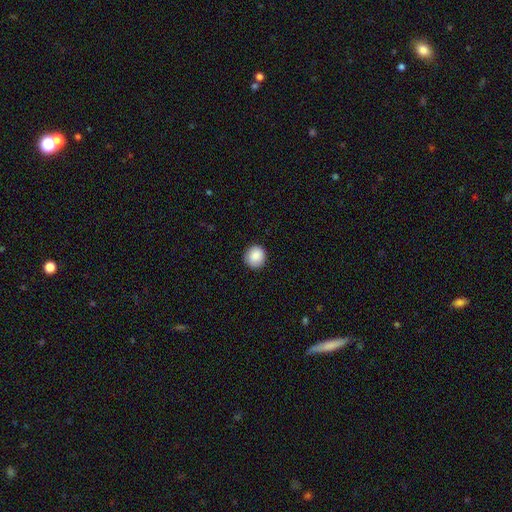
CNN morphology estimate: Smooth or featured? Predicted: smooth (p=0.88). How rounded? Predicted: round (p=0.92). Merging? Predicted: none (p=0.90).